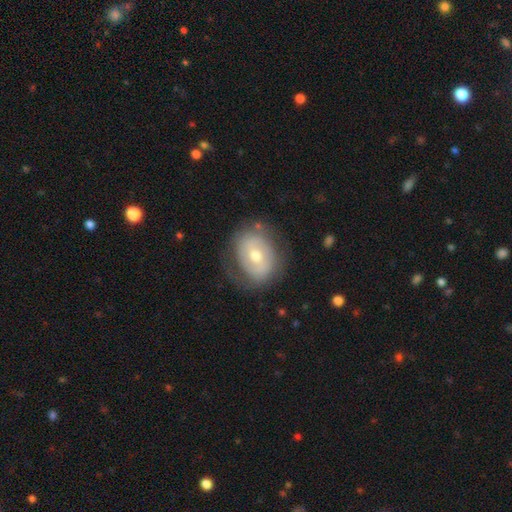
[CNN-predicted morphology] Q: Smooth or featured?
A: featured or disk (55%); runner-up: smooth (38%)
Q: Edge-on disk?
A: no (95%); runner-up: yes (5%)
Q: Bar?
A: no (44%); runner-up: weak (40%)
Q: Spiral arms?
A: no (53%); runner-up: yes (47%)
Q: Bulge size?
A: moderate (68%); runner-up: small (25%)
Q: Merging?
A: none (71%); runner-up: minor disturbance (18%)